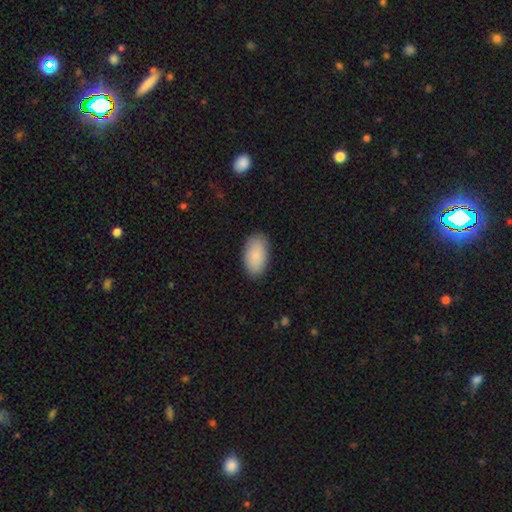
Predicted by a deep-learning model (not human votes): Smooth or featured? Predicted: smooth (p=0.88). How rounded? Predicted: in between (p=0.95). Merging? Predicted: none (p=0.87).